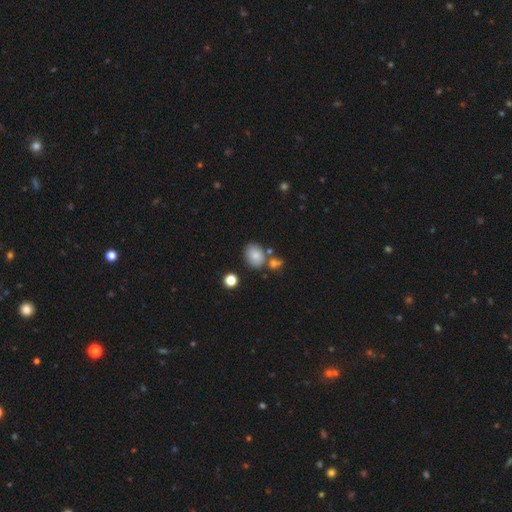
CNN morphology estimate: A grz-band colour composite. It shows a smooth galaxy with no disk features (80%) that is in between round and cigar-shaped (59%). Merging: none (66%).